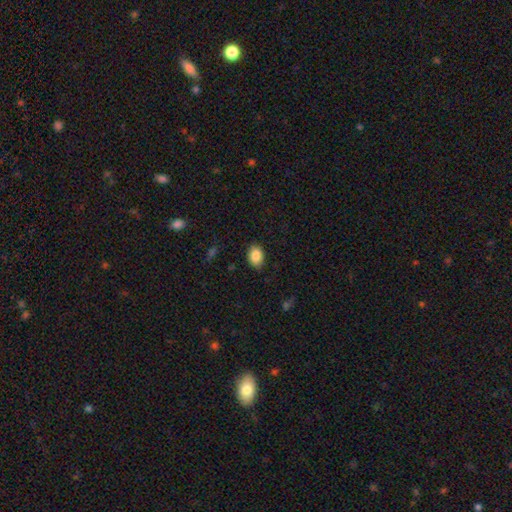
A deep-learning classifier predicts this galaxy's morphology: This is clearly a smooth galaxy (88%). How rounded: likely in between (75%). Merging: clearly none (85%).